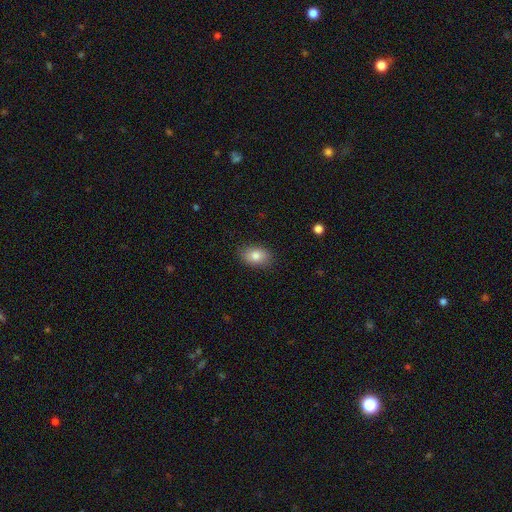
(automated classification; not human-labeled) Smooth or featured? Predicted: smooth (p=0.83). How rounded? Predicted: in between (p=0.82). Merging? Predicted: none (p=0.86).